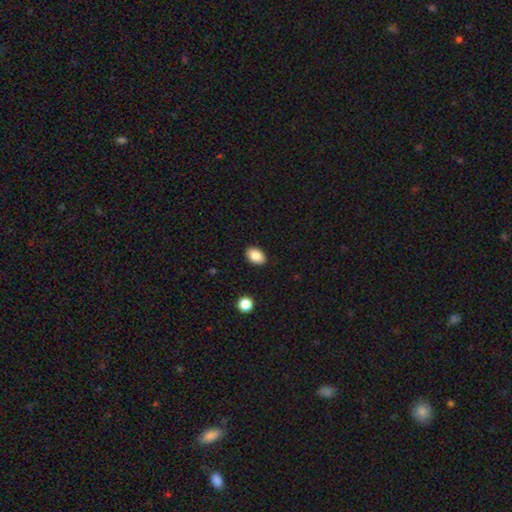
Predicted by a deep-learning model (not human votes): Smooth or featured: smooth — 87% (star or artifact — 8%)
How rounded: in between — 86% (round — 13%)
Merging: none — 89% (minor disturbance — 8%)